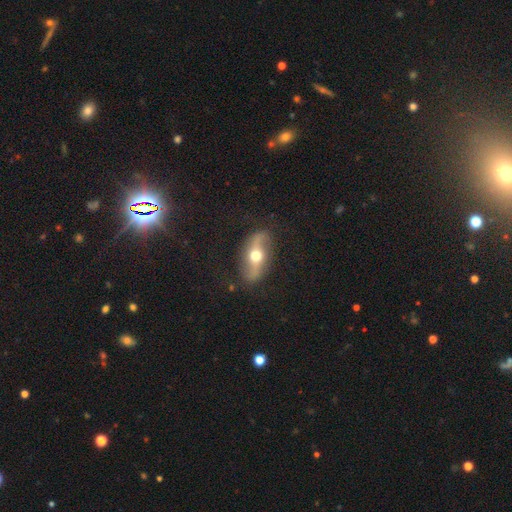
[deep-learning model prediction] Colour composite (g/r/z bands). It shows a featured or disk galaxy (74%) with no bar (37%, tied with strong), spiral arms (73%) and a moderate central bulge (74%). Merging: none (84%).